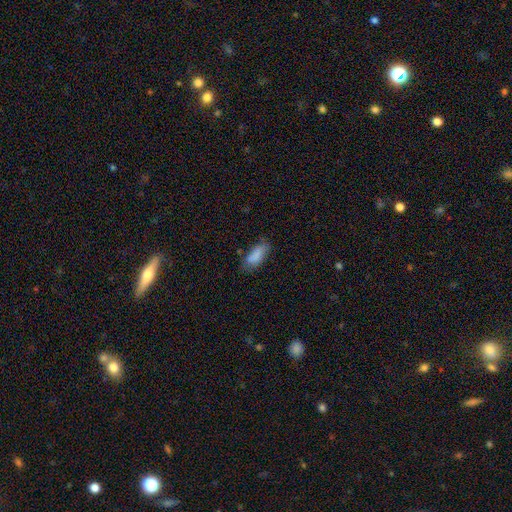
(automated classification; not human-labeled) Smooth or featured? Predicted: smooth (p=0.82). How rounded? Predicted: in between (p=0.78). Merging? Predicted: none (p=0.59).